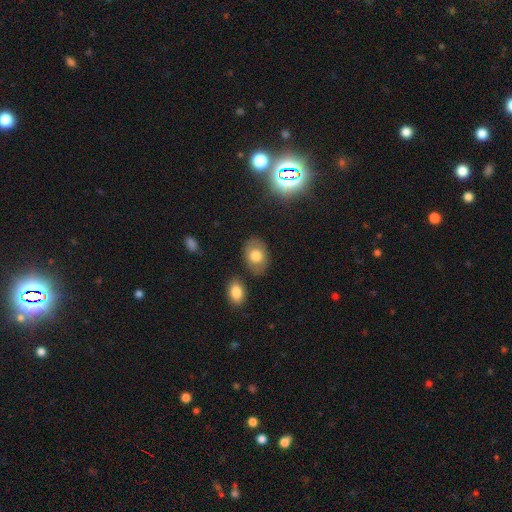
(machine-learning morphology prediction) The model was most divided on "smooth or featured": smooth: 74%, featured or disk: 18%, star or artifact: 9%. More confident: merging — none (81%); how rounded — in between (79%).